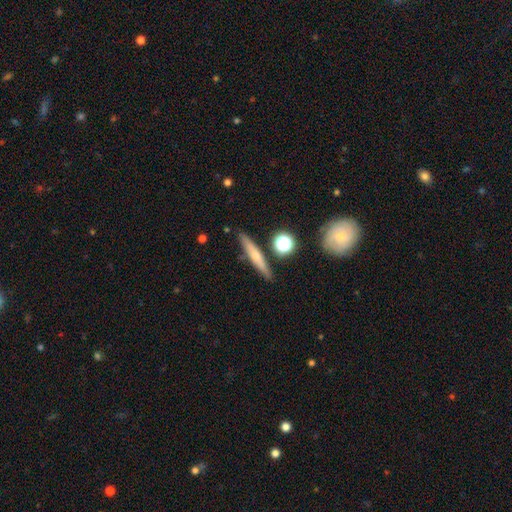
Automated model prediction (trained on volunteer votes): Q: Smooth or featured?
A: featured or disk (56%); runner-up: smooth (35%)
Q: Edge-on disk?
A: yes (93%); runner-up: no (7%)
Q: Edge-on bulge?
A: rounded (77%); runner-up: none (19%)
Q: Merging?
A: none (86%); runner-up: minor disturbance (8%)